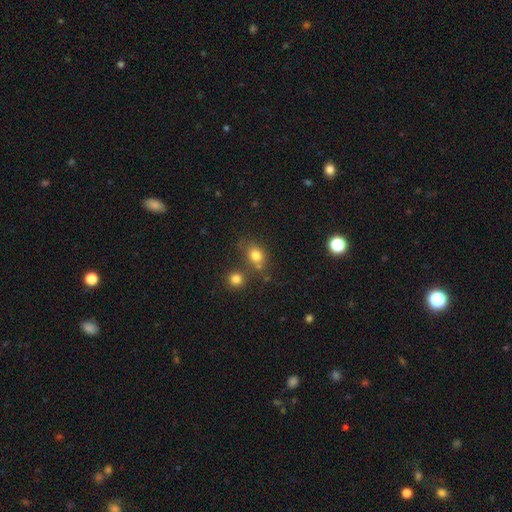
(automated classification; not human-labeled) Smooth or featured? smooth (78%)
How rounded? in between (52%)
Merging? none (56%)